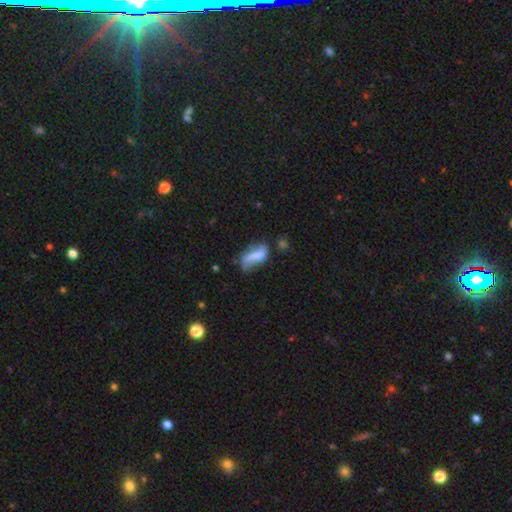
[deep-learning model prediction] Smooth or featured? Predicted: smooth (p=0.47). Merging? Predicted: none (p=0.41).